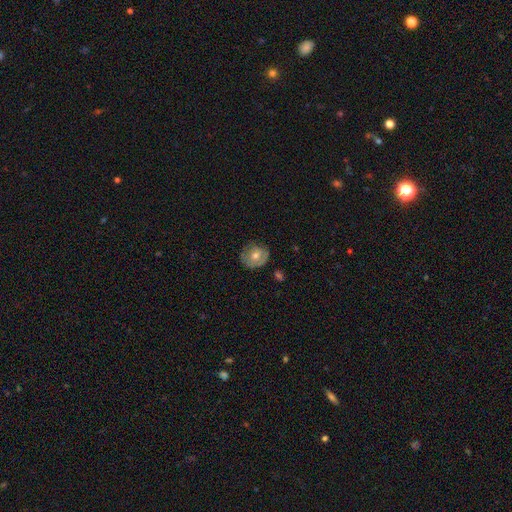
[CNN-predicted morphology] A smooth galaxy with no disk features (50%).

Vote fractions:
- Smooth or featured? smooth: 50% / featured or disk: 42% / star or artifact: 8%
- Merging? none: 72% / minor disturbance: 21% / major disturbance: 5% / merger: 2%